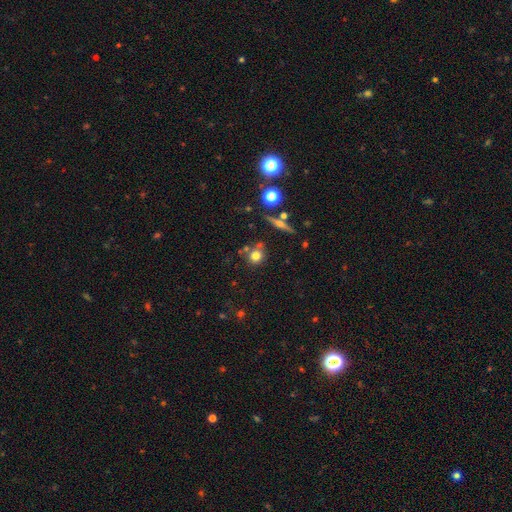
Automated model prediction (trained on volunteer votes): This appears to be a smooth galaxy with no disk features (71%) that is round (87%). Merging: none (68%).